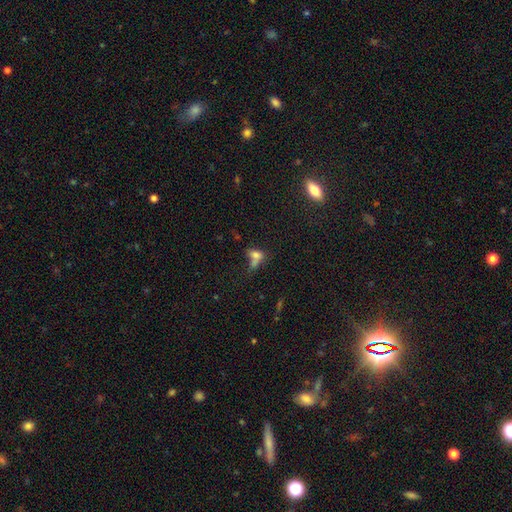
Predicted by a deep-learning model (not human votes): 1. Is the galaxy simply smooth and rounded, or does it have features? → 67% smooth, 17% featured or disk, 16% star or artifact.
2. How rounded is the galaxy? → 74% in between, 17% round, 10% cigar-shaped.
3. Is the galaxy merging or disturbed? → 46% merger, 27% none, 14% minor disturbance, 13% major disturbance.